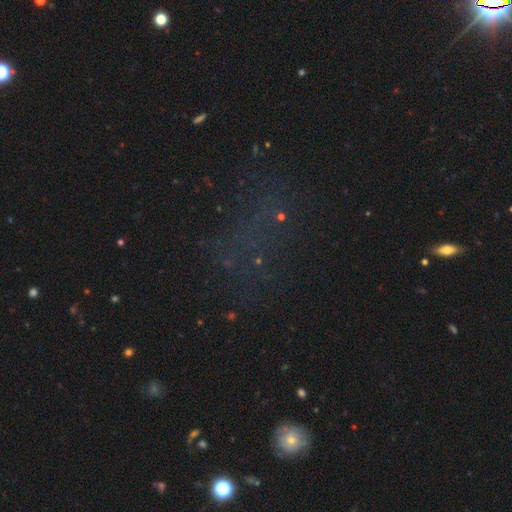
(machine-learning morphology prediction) Overall: star or artifact (57%; smooth 25%).